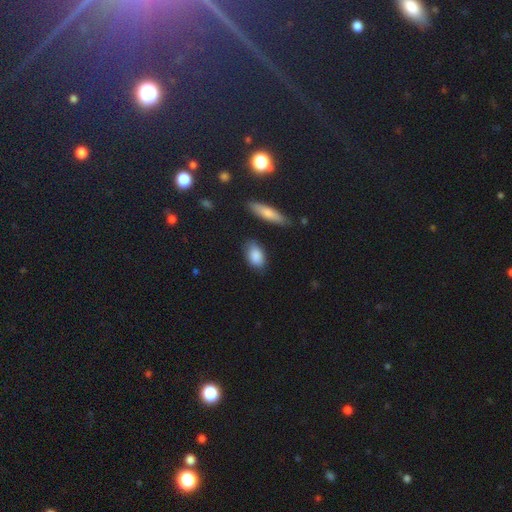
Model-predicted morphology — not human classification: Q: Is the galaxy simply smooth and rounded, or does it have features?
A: smooth — 87%.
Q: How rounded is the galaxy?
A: in between — 87%.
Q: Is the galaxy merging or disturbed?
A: none — 75%.